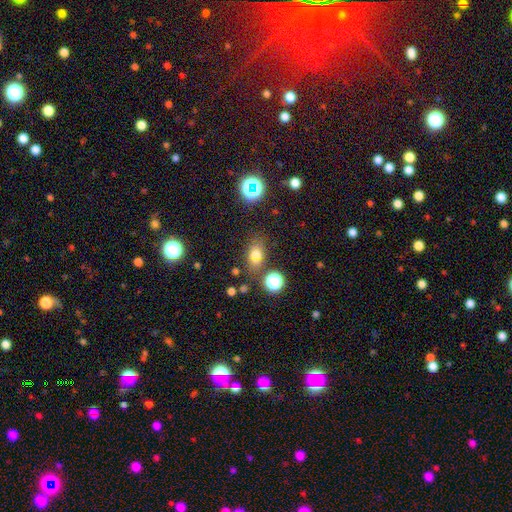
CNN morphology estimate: smooth_or_featured: smooth (p=0.68) [alt: star or artifact p=0.20]
how_rounded: in between (p=0.64) [alt: round p=0.32]
merging: none (p=0.71) [alt: minor disturbance p=0.13]